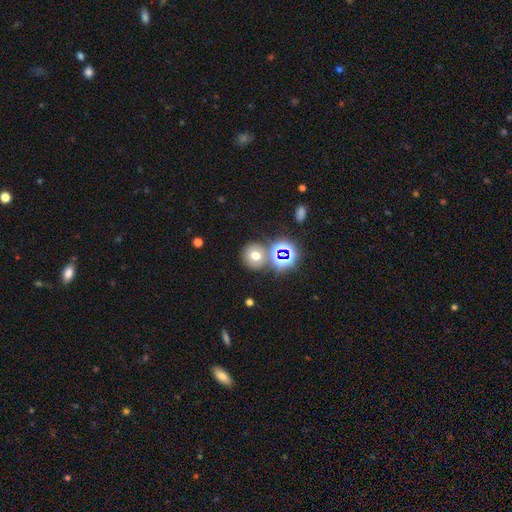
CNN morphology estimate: Smooth or featured? Predicted: smooth (p=0.59). How rounded? Predicted: round (p=0.86). Merging? Predicted: none (p=0.68).